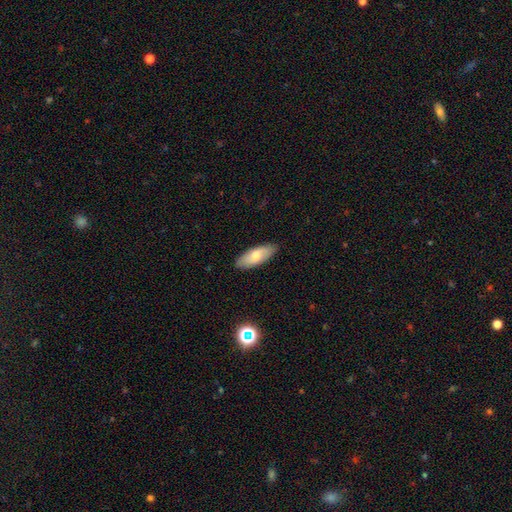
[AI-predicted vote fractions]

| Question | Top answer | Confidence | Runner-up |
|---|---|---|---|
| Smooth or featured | smooth | 71% | featured or disk (23%) |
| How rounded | in between | 77% | cigar-shaped (21%) |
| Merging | none | 87% | minor disturbance (10%) |